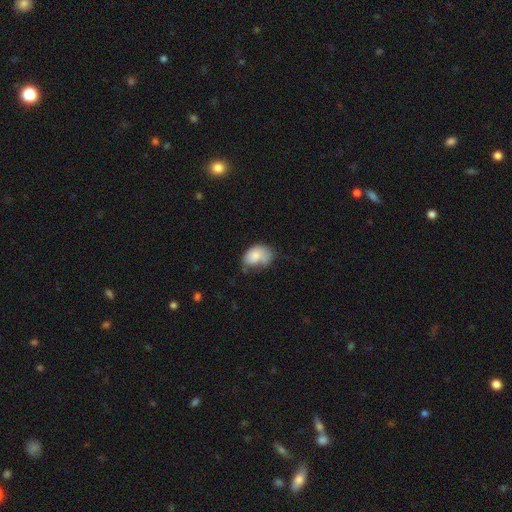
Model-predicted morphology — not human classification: Smooth or featured: smooth — 76% (featured or disk — 16%)
How rounded: in between — 83% (round — 16%)
Merging: none — 35% (tied with minor disturbance — 35%)